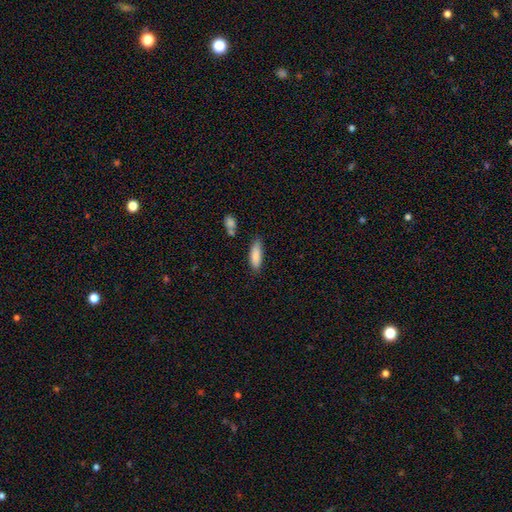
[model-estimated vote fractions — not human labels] smooth 86%, featured or disk 8%, star or artifact 6%. Down the decision tree: how rounded — in between (58%); merging — none (75%).